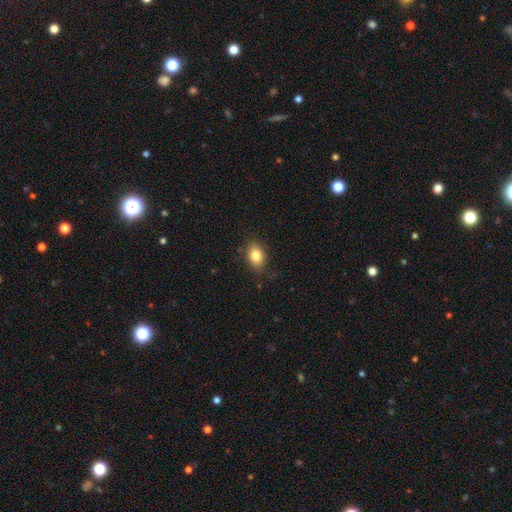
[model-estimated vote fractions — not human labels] A smooth galaxy with no disk features (83%) that is in between round and cigar-shaped (78%). Merging: none (80%).